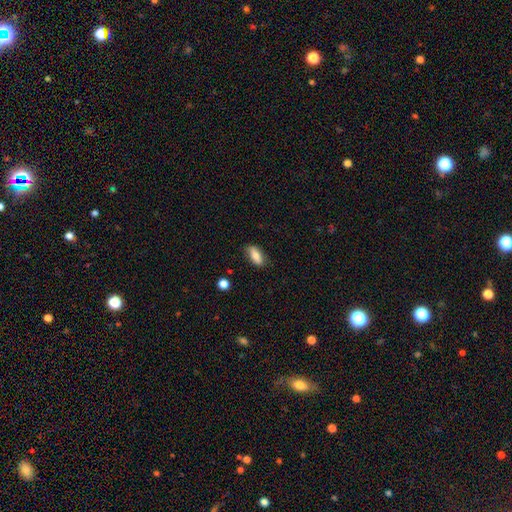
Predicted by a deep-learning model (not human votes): Smooth or featured?
  - smooth: 79% *
  - featured or disk: 13%
  - star or artifact: 7%
How rounded?
  - in between: 82% *
  - cigar-shaped: 15%
  - round: 3%
Merging?
  - none: 81% *
  - minor disturbance: 14%
  - major disturbance: 3%
  - merger: 2%